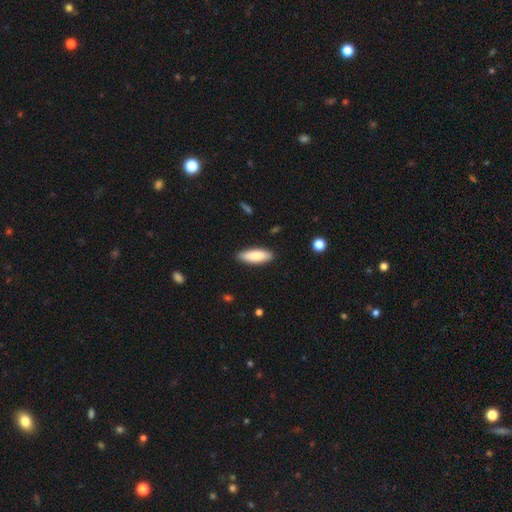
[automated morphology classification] This appears to be a smooth galaxy with no disk features (83%) that is in between round and cigar-shaped (55%). Merging: none (88%).